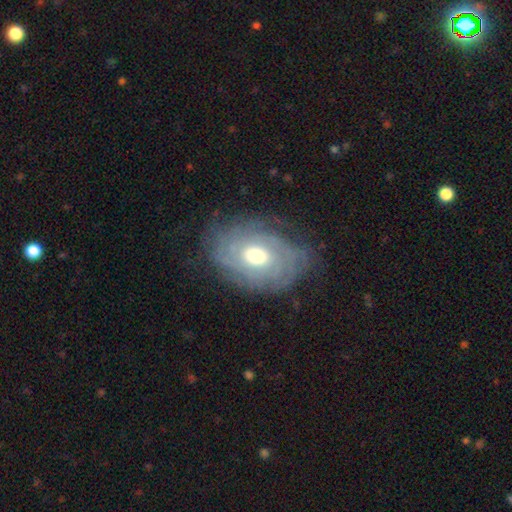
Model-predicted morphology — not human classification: A featured or disk galaxy (76%) with no bar (71%), tight (70%) spiral arms (85%) and a moderate central bulge (65%). Merging: none (70%).